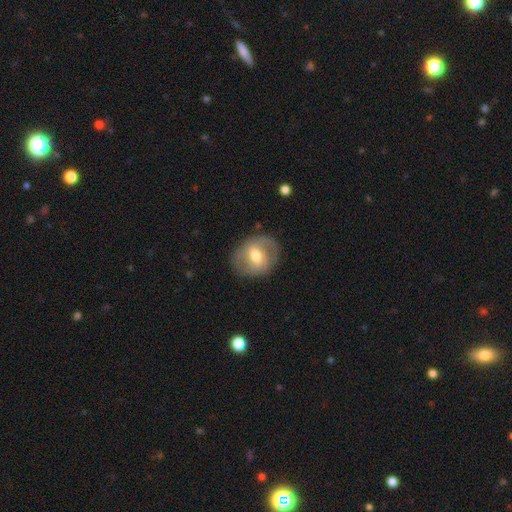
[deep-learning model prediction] smooth_or_featured: featured or disk (p=0.55) [alt: smooth p=0.39]
disk_edge_on: no (p=0.95) [alt: yes p=0.05]
bar: weak (p=0.50) [alt: no p=0.28]
has_spiral_arms: yes (p=0.63) [alt: no p=0.37]
bulge_size: moderate (p=0.72) [alt: small p=0.17]
merging: none (p=0.76) [alt: minor disturbance p=0.16]